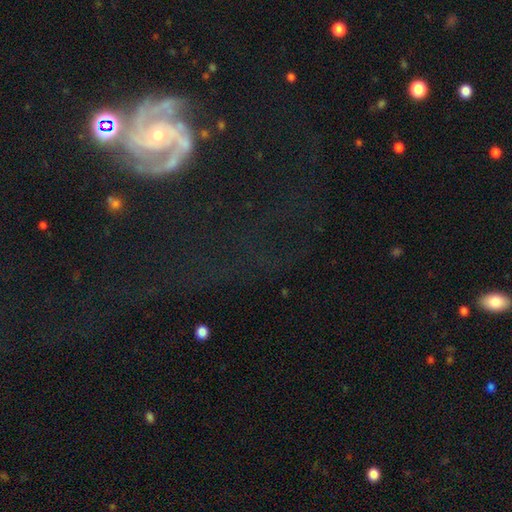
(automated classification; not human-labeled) Smooth or featured? Predicted: featured or disk (p=0.71). Edge-on disk? Predicted: no (p=0.93). Bar? Predicted: no (p=0.49). Spiral arms? Predicted: yes (p=0.92). Spiral winding? Predicted: medium (p=0.44). Spiral arm count? Predicted: 2 (p=0.67). Bulge size? Predicted: small (p=0.63). Merging? Predicted: none (p=0.55).